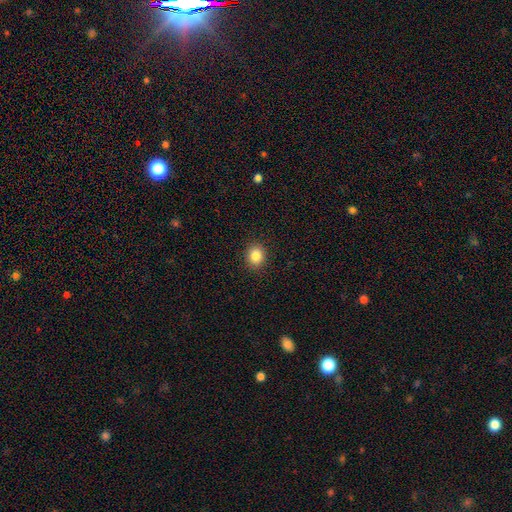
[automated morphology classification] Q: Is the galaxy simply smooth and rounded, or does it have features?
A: smooth — 85%.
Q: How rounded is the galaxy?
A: round — 67%.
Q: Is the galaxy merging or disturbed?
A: none — 90%.